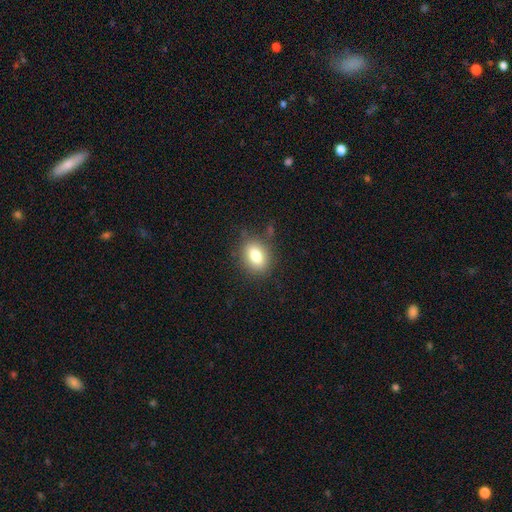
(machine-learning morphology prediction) Q: Smooth or featured?
A: smooth (80%); runner-up: featured or disk (11%)
Q: How rounded?
A: in between (69%); runner-up: round (29%)
Q: Merging?
A: none (82%); runner-up: minor disturbance (12%)